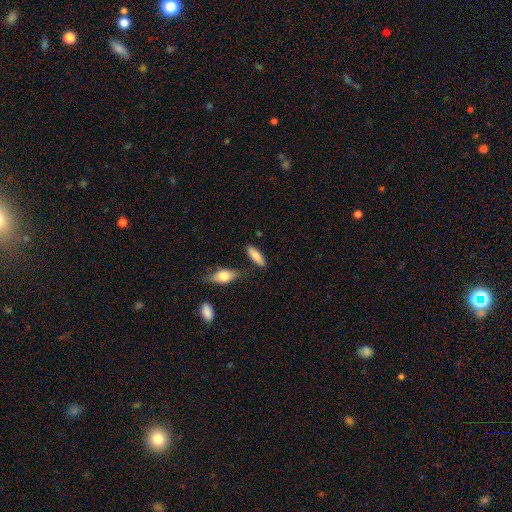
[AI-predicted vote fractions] smooth 80%, featured or disk 14%, star or artifact 6%. Down the decision tree: how rounded — in between (60%); merging — none (77%).